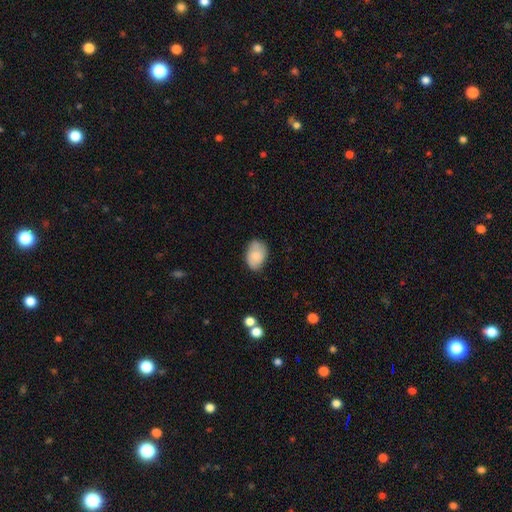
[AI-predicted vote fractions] Morphology: type=smooth (79%); roundness=in between (85%); merging=none (70%).